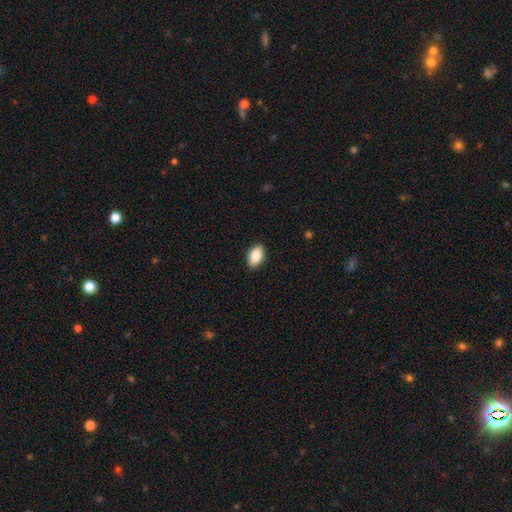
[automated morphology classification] A smooth galaxy with no disk features (86%) that is in between round and cigar-shaped (92%). Merging: none (90%).